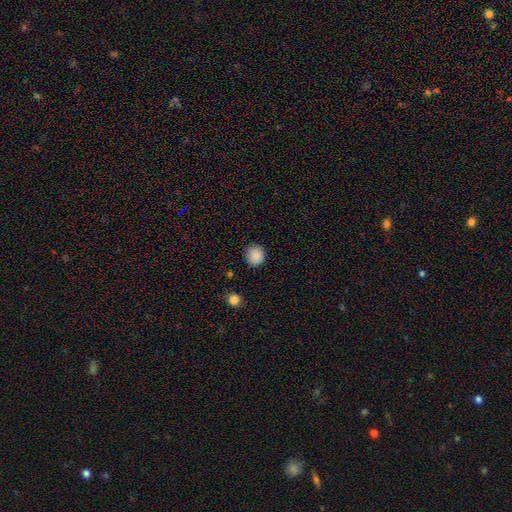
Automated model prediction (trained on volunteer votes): Overall: smooth (88%). How rounded: round (87%). Merging: none (88%).